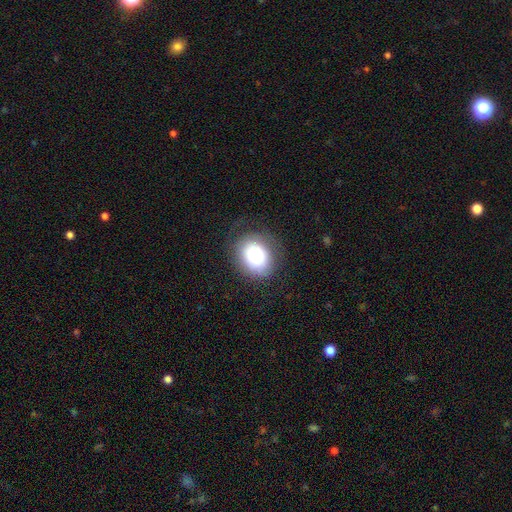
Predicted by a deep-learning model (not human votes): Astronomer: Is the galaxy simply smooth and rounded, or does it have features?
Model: smooth — 77%.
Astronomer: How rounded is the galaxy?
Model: round — 56% (runner-up: in between, 43%).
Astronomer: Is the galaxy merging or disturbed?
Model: none — 76%.